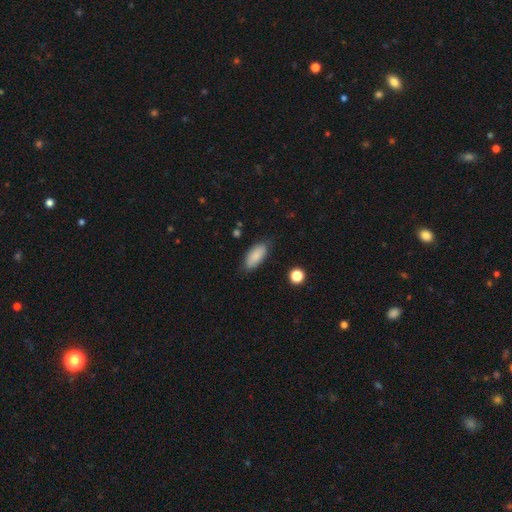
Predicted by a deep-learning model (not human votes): Smooth or featured: smooth — 86% (featured or disk — 8%)
How rounded: in between — 86% (cigar-shaped — 11%)
Merging: none — 81% (minor disturbance — 15%)